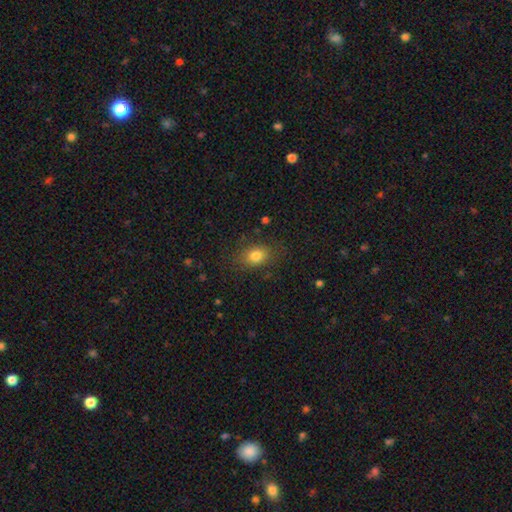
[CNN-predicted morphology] Overall: smooth (80%). How rounded: in between (73%). Merging: none (79%).